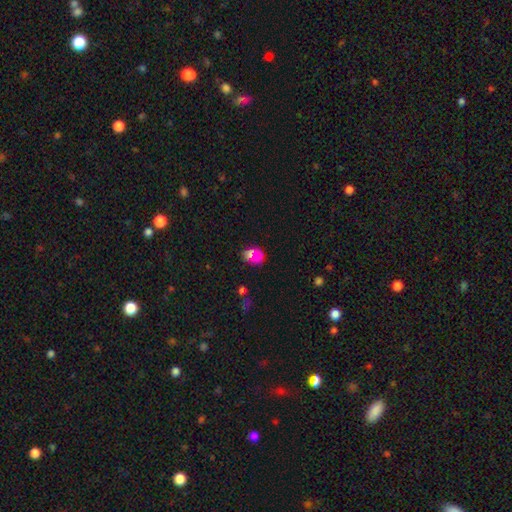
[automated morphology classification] A smooth galaxy with no disk features (65%) that is round (55%).

Vote fractions:
- Smooth or featured? smooth: 65% / star or artifact: 24% / featured or disk: 11%
- How rounded? round: 55% / in between: 43% / cigar-shaped: 2%
- Merging? none: 71% / minor disturbance: 13% / merger: 11% / major disturbance: 5%